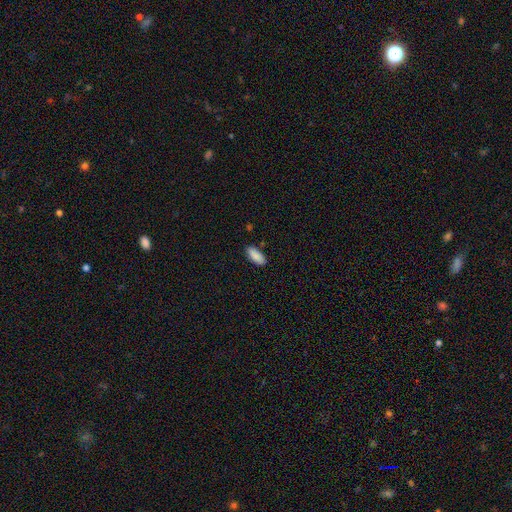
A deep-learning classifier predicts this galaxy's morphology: smooth_or_featured: smooth (p=0.89) [alt: star or artifact p=0.06]
how_rounded: in between (p=0.83) [alt: cigar-shaped p=0.15]
merging: none (p=0.84) [alt: minor disturbance p=0.12]